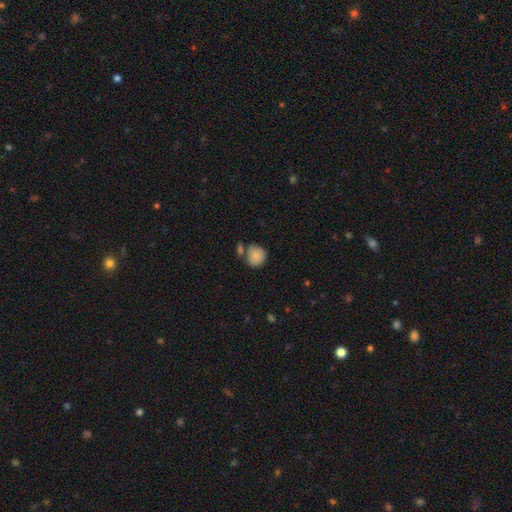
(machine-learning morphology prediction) The model was most divided on "merging": none: 59%, merger: 22%, minor disturbance: 15%, major disturbance: 4%. More confident: smooth or featured — smooth (86%); how rounded — round (84%).